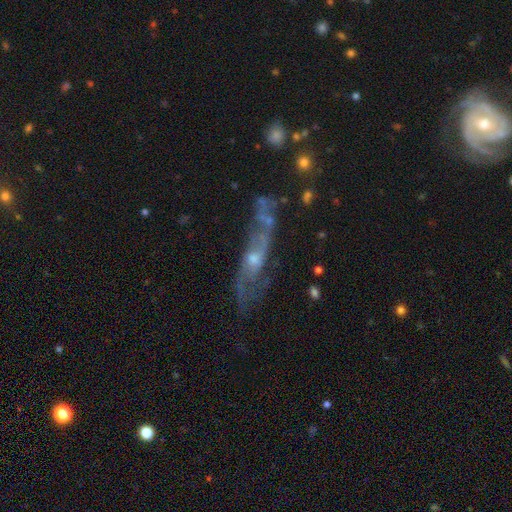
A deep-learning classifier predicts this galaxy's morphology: Overall: featured or disk (71%). Edge-on disk: no (67%; yes 33%). Merging: none (59%; minor disturbance 20%).